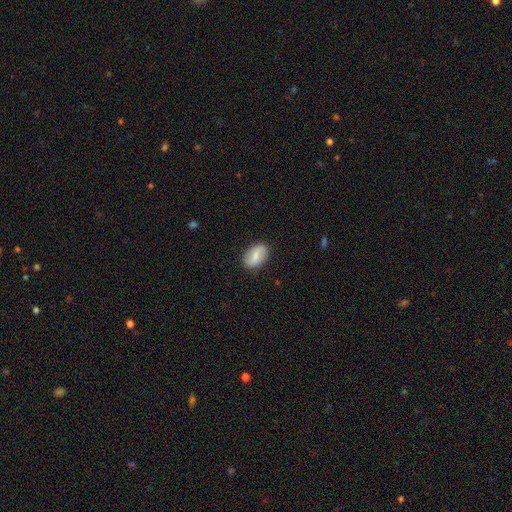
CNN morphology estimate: Smooth or featured: smooth — 62% (featured or disk — 31%)
How rounded: in between — 87% (round — 11%)
Merging: none — 86% (minor disturbance — 10%)